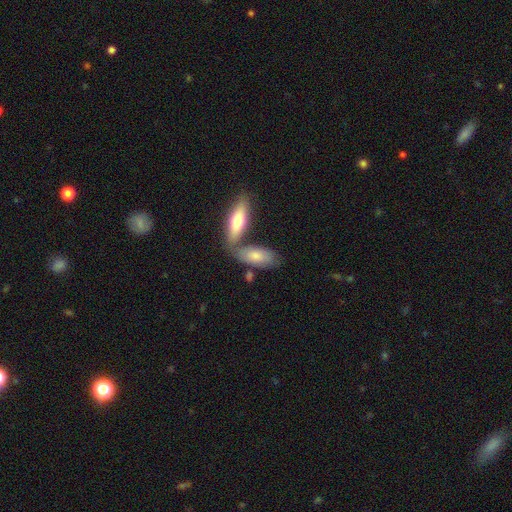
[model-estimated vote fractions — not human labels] A smooth galaxy with no disk features (74%) that is in between round and cigar-shaped (81%).

Vote fractions:
- Smooth or featured? smooth: 74% / featured or disk: 20% / star or artifact: 6%
- How rounded? in between: 81% / cigar-shaped: 17% / round: 2%
- Merging? none: 52% / merger: 29% / minor disturbance: 15% / major disturbance: 4%